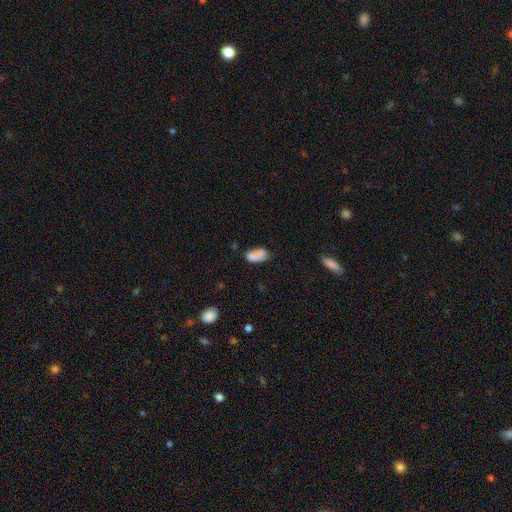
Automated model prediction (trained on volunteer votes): Smooth or featured: smooth — 75% (featured or disk — 16%)
How rounded: in between — 89% (round — 8%)
Merging: none — 41% (merger — 27%)